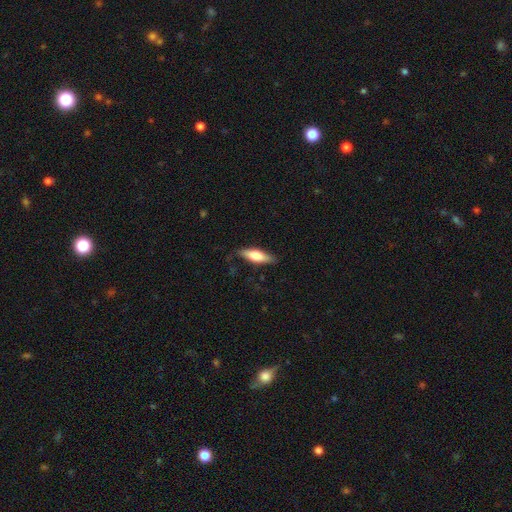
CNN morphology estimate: smooth 68%, featured or disk 26%, star or artifact 6%. Down the decision tree: how rounded — in between (51%); merging — none (80%).